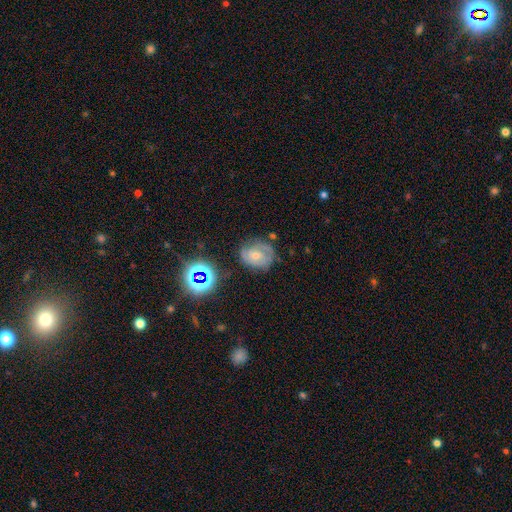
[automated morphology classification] Smooth or featured? Predicted: featured or disk (p=0.55). Edge-on disk? Predicted: no (p=0.97). Bar? Predicted: no (p=0.72). Spiral arms? Predicted: yes (p=0.77). Bulge size? Predicted: small (p=0.50). Merging? Predicted: none (p=0.59).